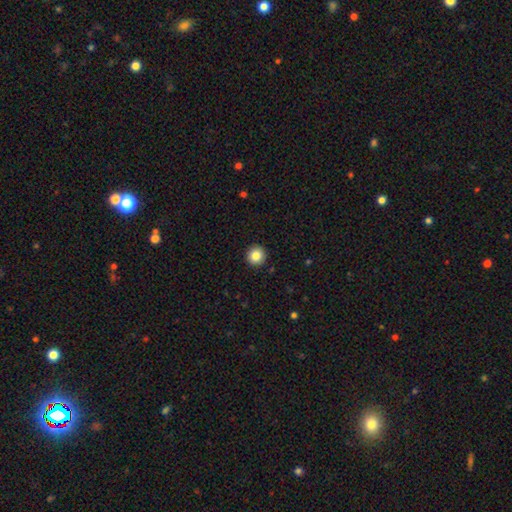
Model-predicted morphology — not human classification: A smooth galaxy with no disk features (85%) that is round (95%). Merging: none (93%).